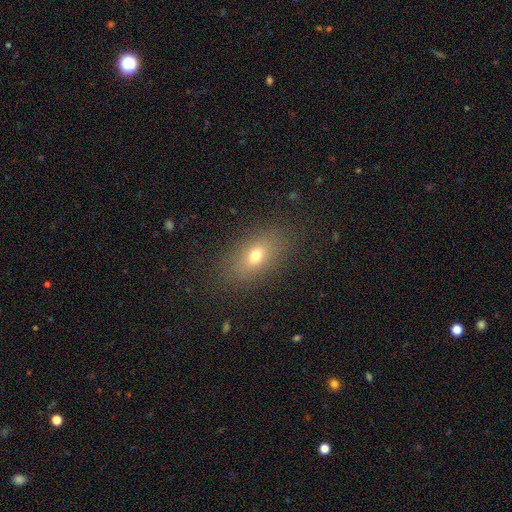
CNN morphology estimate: smooth_or_featured: smooth (p=0.70) [alt: featured or disk p=0.17]
how_rounded: in between (p=0.80) [alt: round p=0.12]
merging: none (p=0.85) [alt: minor disturbance p=0.10]